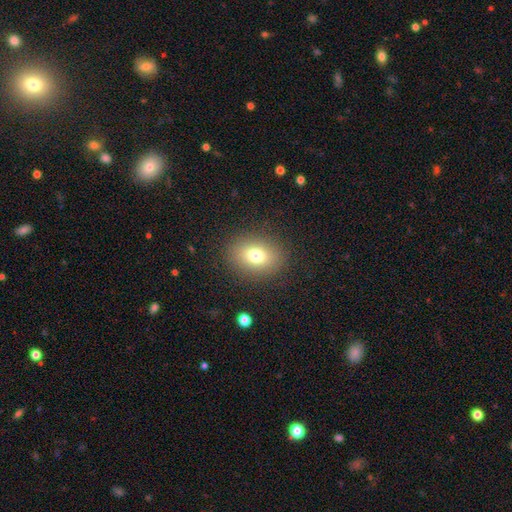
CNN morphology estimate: Smooth or featured? smooth (76%)
How rounded? in between (57%)
Merging? none (86%)